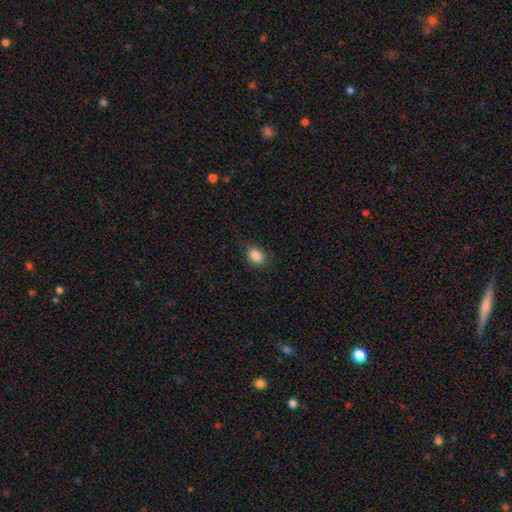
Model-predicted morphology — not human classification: This is clearly a smooth galaxy (86%). How rounded: likely in between (65%). Merging: clearly none (84%).